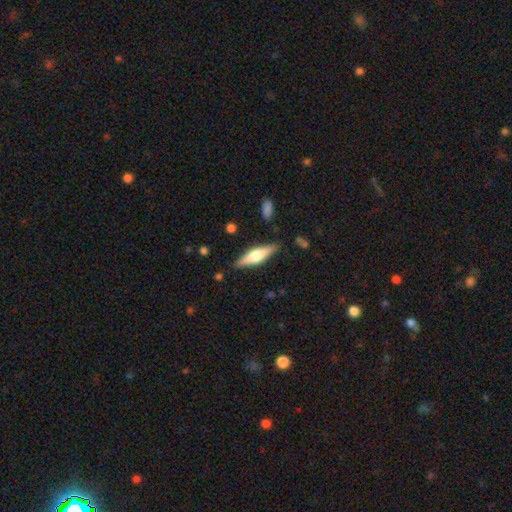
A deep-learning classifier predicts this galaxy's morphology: Overall: featured or disk (50%; smooth 44%). Merging: none (86%).